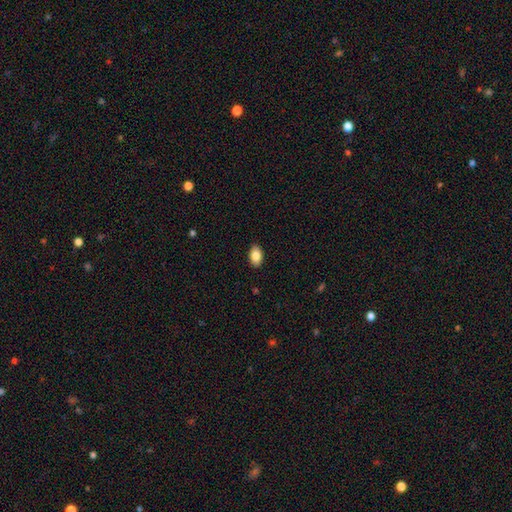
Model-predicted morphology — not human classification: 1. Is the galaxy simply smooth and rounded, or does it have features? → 84% smooth, 8% featured or disk, 7% star or artifact.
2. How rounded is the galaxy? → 92% in between, 7% round, 2% cigar-shaped.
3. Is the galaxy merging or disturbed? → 89% none, 8% minor disturbance, 2% major disturbance, 1% merger.